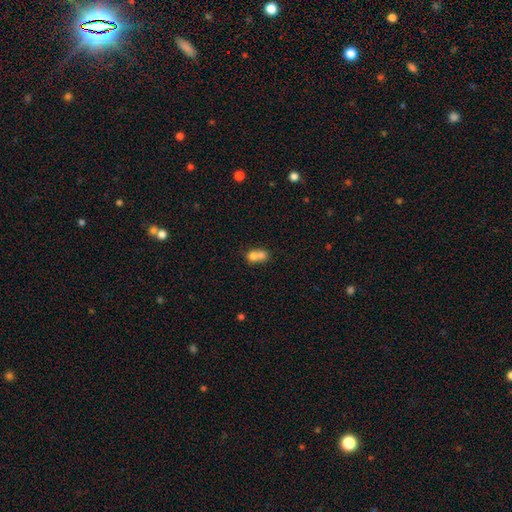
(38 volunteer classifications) Q: Smooth or featured?
A: smooth (74%); runner-up: featured or disk (18%)
Q: How rounded?
A: round (79%); runner-up: in between (21%)
Q: Merging?
A: merger (86%); runner-up: none (9%)